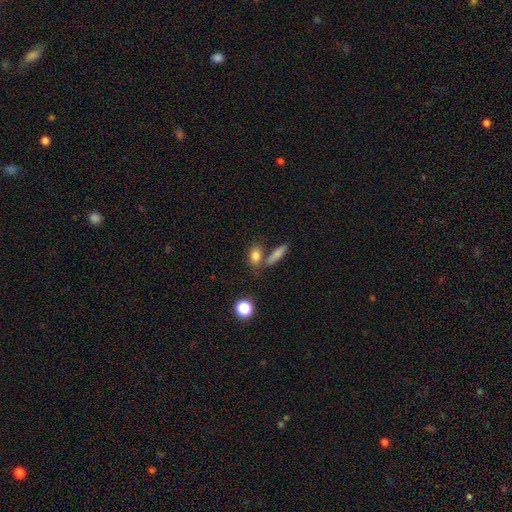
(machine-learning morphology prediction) smooth 81%, star or artifact 10%, featured or disk 9%. Down the decision tree: how rounded — in between (67%); merging — none (60%).